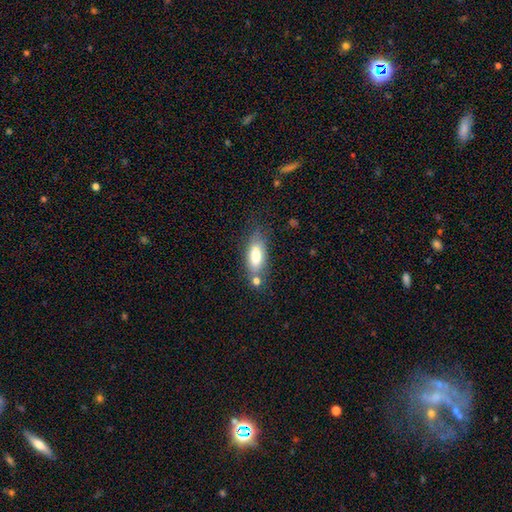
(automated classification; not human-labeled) smooth_or_featured: smooth (p=0.75) [alt: featured or disk p=0.17]
how_rounded: in between (p=0.74) [alt: cigar-shaped p=0.23]
merging: none (p=0.61) [alt: minor disturbance p=0.18]